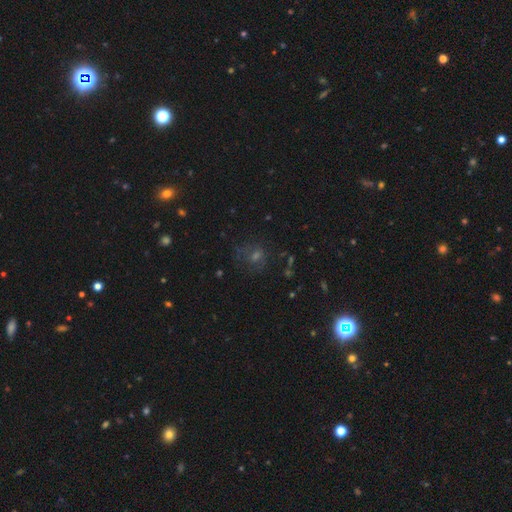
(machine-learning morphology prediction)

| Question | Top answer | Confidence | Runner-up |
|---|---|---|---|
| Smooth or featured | star or artifact | 40% | smooth (37%) |